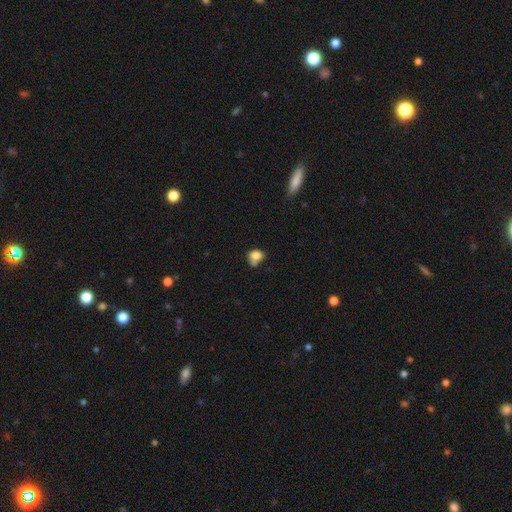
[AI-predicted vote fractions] Smooth or featured: smooth — 78% (featured or disk — 11%)
How rounded: round — 51% (in between — 48%)
Merging: none — 38% (minor disturbance — 27%)